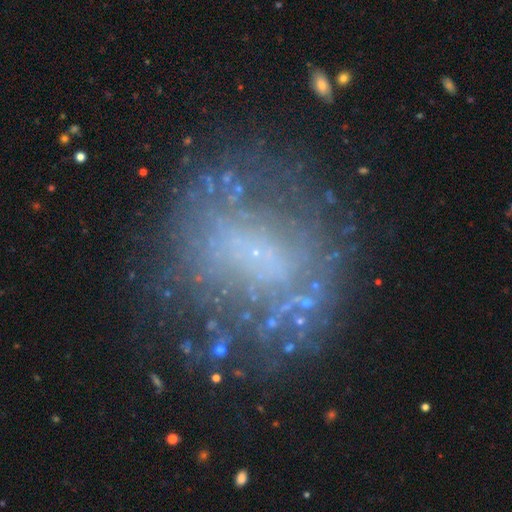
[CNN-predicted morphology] Smooth or featured? featured or disk (51%)
Edge-on disk? no (96%)
Merging? none (66%)